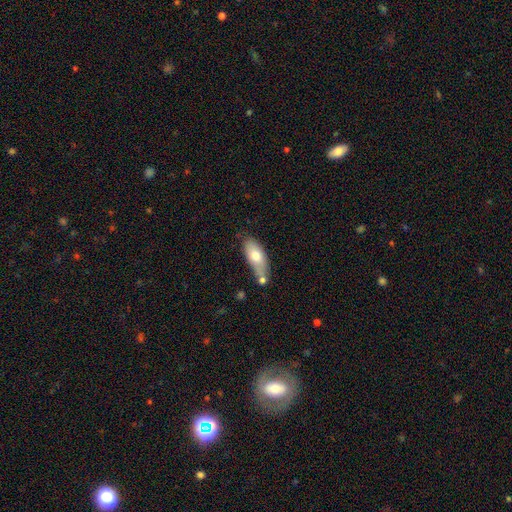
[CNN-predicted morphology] Smooth or featured: smooth — 70% (featured or disk — 23%)
How rounded: in between — 81% (cigar-shaped — 16%)
Merging: none — 49% (minor disturbance — 22%)